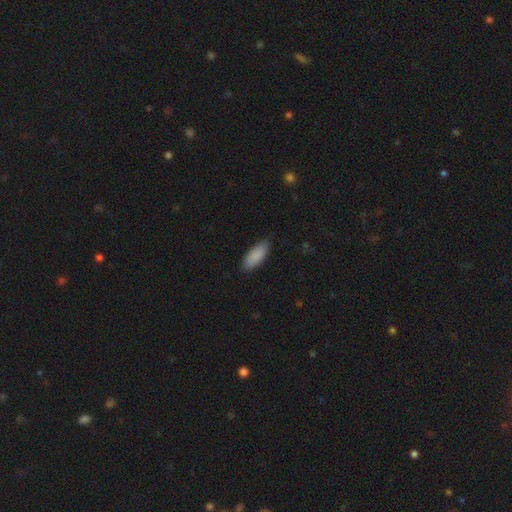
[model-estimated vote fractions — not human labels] A smooth galaxy with no disk features (89%) that is in between round and cigar-shaped (80%). Merging: none (83%).